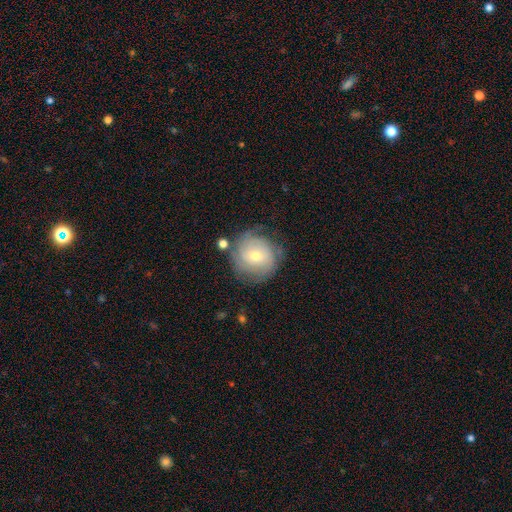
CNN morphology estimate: This appears to be a featured or disk galaxy (55%) with no bar (61%), spiral arms (77%) and a moderate central bulge (53%). Merging: none (69%).